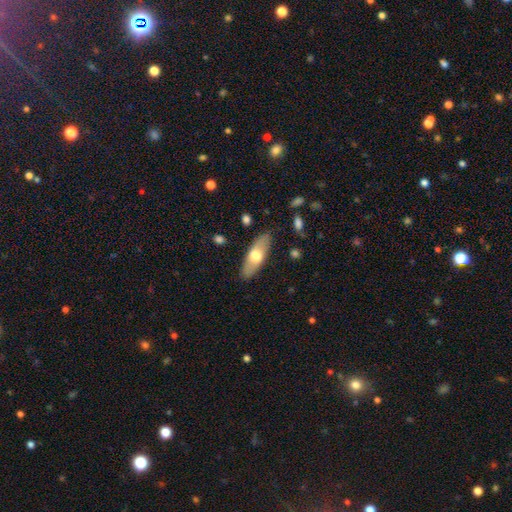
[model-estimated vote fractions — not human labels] This appears to be a smooth galaxy with no disk features (59%) that is in between round and cigar-shaped (68%). Merging: none (86%).